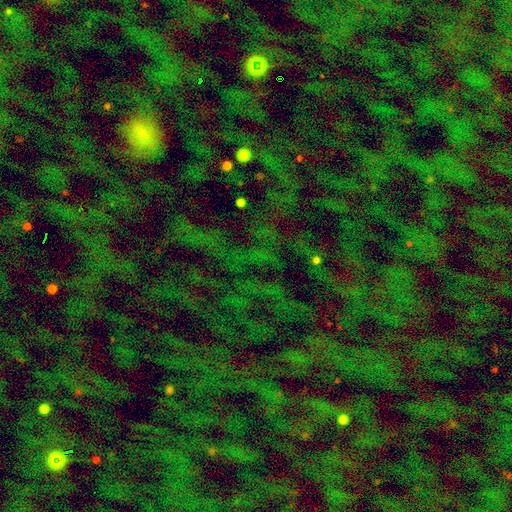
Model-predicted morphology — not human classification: Smooth or featured? star or artifact (70%)